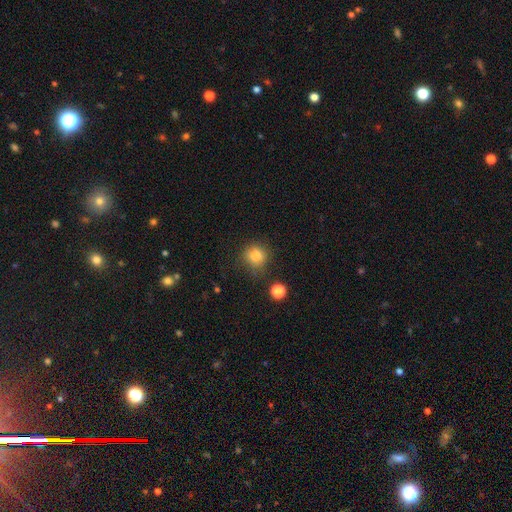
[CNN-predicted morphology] smooth 82%, star or artifact 13%, featured or disk 5%. Down the decision tree: how rounded — round (82%); merging — none (70%).